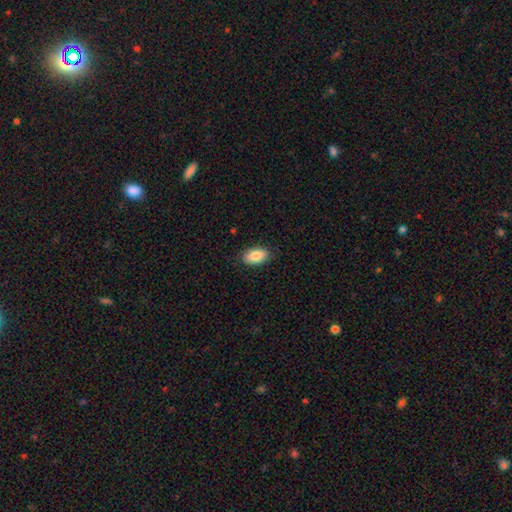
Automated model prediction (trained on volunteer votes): smooth 86%, featured or disk 8%, star or artifact 7%. Down the decision tree: how rounded — in between (93%); merging — none (85%).